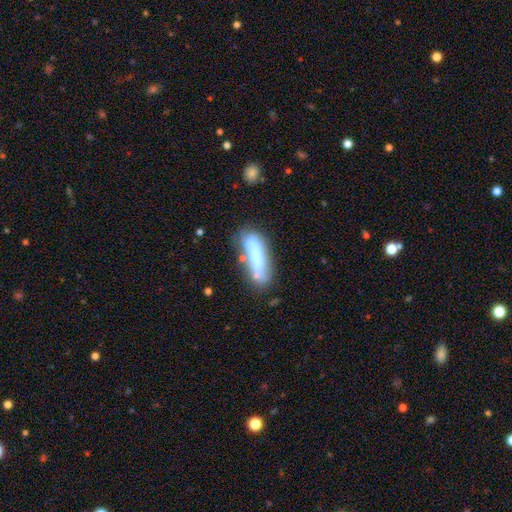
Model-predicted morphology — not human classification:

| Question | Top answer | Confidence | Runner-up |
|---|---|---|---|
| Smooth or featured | smooth | 60% | featured or disk (32%) |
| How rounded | cigar-shaped | 62% | in between (36%) |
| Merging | none | 51% | minor disturbance (23%) |